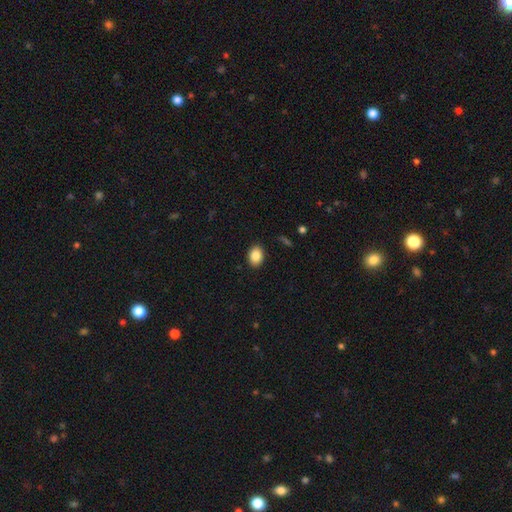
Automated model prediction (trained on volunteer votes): Q: Smooth or featured?
A: smooth (86%); runner-up: star or artifact (8%)
Q: How rounded?
A: in between (74%); runner-up: round (25%)
Q: Merging?
A: none (89%); runner-up: minor disturbance (8%)